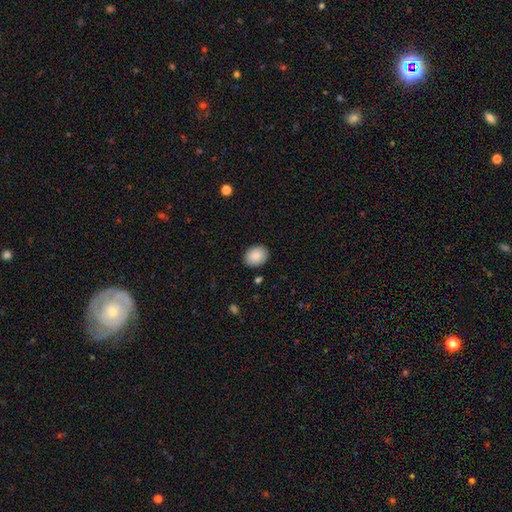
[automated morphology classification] type=smooth (87%); roundness=in between (62%); merging=none (89%).